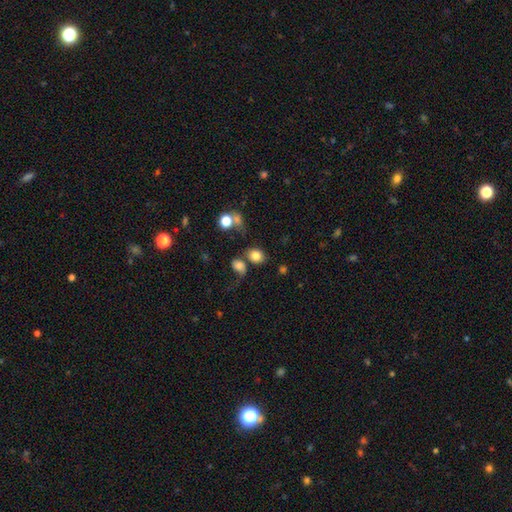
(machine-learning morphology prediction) smooth 79%, star or artifact 11%, featured or disk 10%. Down the decision tree: how rounded — round (52%); merging — none (58%).